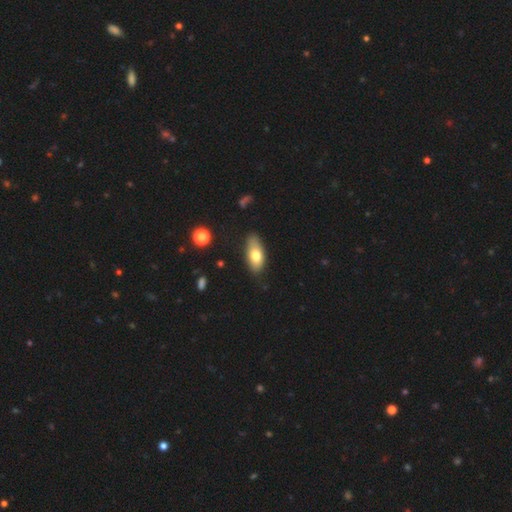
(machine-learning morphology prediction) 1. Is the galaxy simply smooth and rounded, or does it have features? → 72% smooth, 22% featured or disk, 7% star or artifact.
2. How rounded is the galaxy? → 85% in between, 11% cigar-shaped, 4% round.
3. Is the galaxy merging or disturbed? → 78% none, 17% minor disturbance, 3% major disturbance, 2% merger.